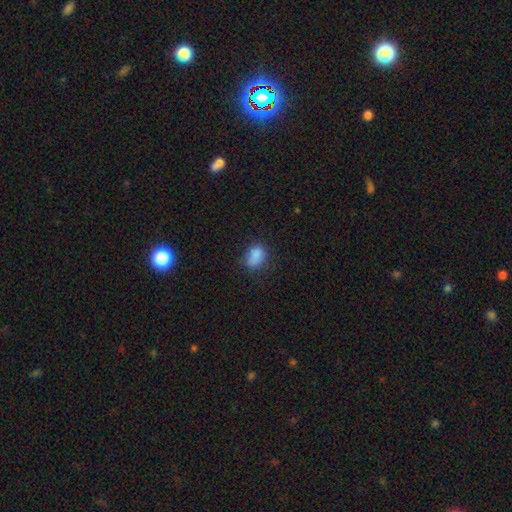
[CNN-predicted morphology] The model was most divided on "merging": none: 61%, minor disturbance: 27%, major disturbance: 9%, merger: 3%. More confident: smooth or featured — smooth (83%); how rounded — in between (74%).